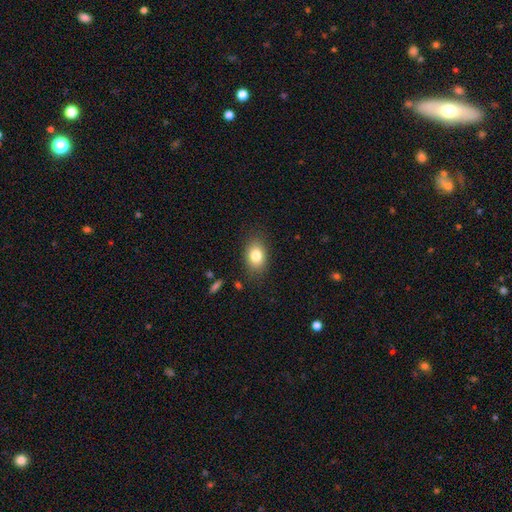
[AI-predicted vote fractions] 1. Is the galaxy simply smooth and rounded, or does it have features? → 81% smooth, 10% featured or disk, 9% star or artifact.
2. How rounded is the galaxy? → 76% in between, 22% round, 1% cigar-shaped.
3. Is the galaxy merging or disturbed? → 83% none, 12% minor disturbance, 4% major disturbance, 1% merger.